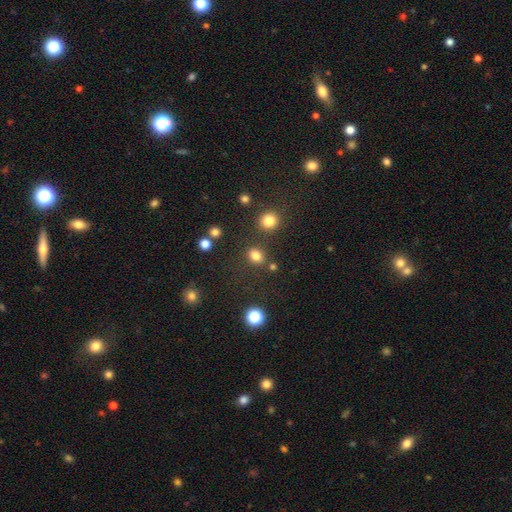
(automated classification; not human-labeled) smooth-or-featured: smooth: 79% | star or artifact: 16% | featured or disk: 5%
  how-rounded: round: 52% | in between: 46% | cigar-shaped: 1%
  merging: none: 77% | minor disturbance: 11% | merger: 8% | major disturbance: 4%